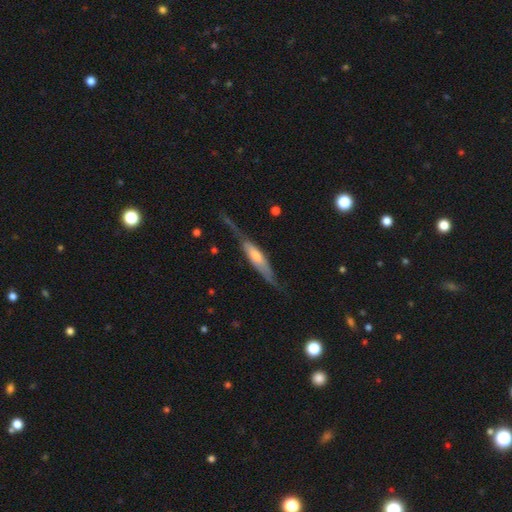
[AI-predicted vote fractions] Smooth or featured? Predicted: featured or disk (p=0.64). Edge-on disk? Predicted: yes (p=0.77). Merging? Predicted: none (p=0.53).